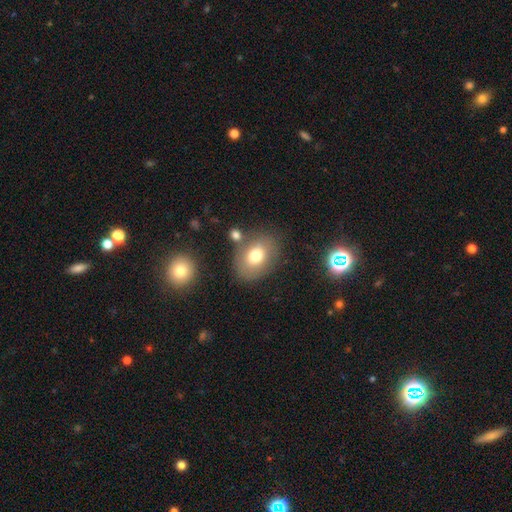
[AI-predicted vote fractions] This is likely a smooth galaxy (74%). How rounded: likely in between (65%). Merging: likely none (71%).